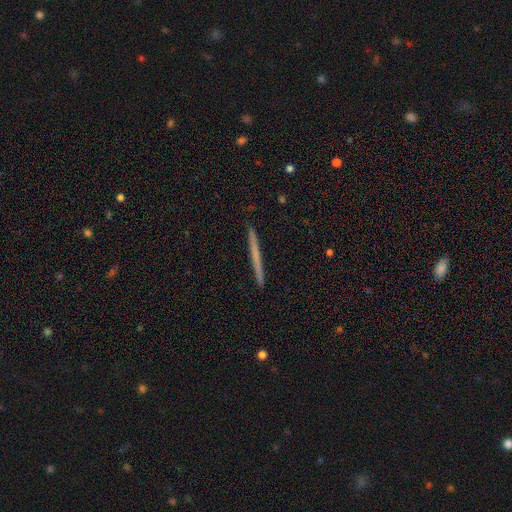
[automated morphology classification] Smooth or featured: smooth — 48% (featured or disk — 46%)
Merging: none — 93% (minor disturbance — 5%)